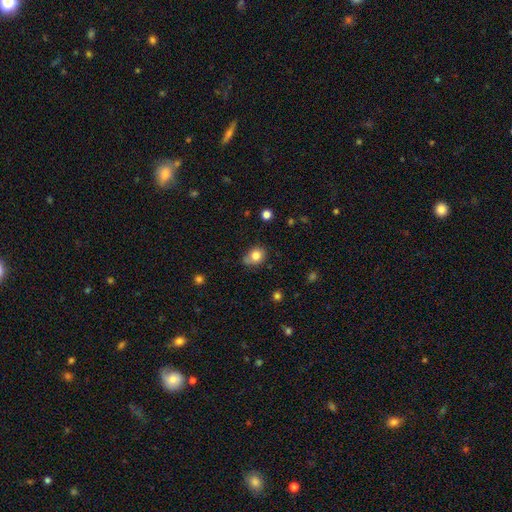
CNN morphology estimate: type=smooth (80%); roundness=round (56%); merging=none (61%).